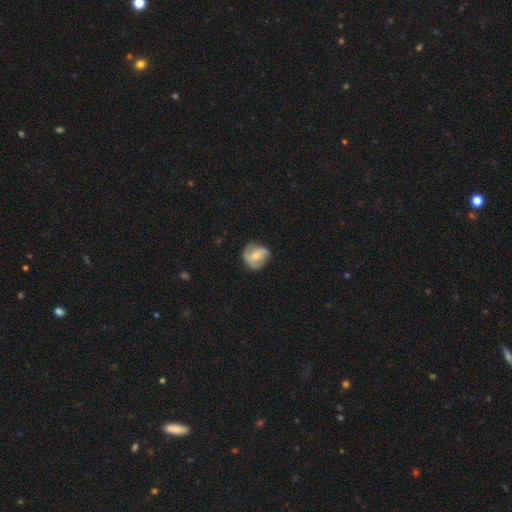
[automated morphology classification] This is possibly a featured or disk galaxy (56%). It is clearly not viewed edge-on (97%). Bar: possibly no (50%). Spiral arm pattern: likely yes (76%). Central bulge: possibly small (52%). Merging: likely none (63%).